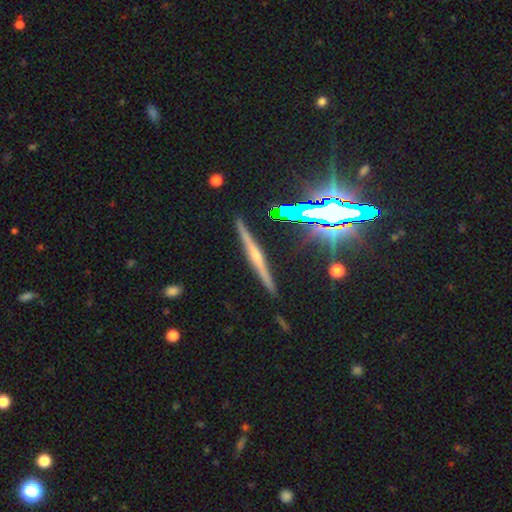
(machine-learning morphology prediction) The model was most divided on "smooth or featured": featured or disk: 68%, smooth: 17%, star or artifact: 14%. More confident: edge-on disk — yes (97%); merging — none (89%); edge-on bulge — rounded (72%).